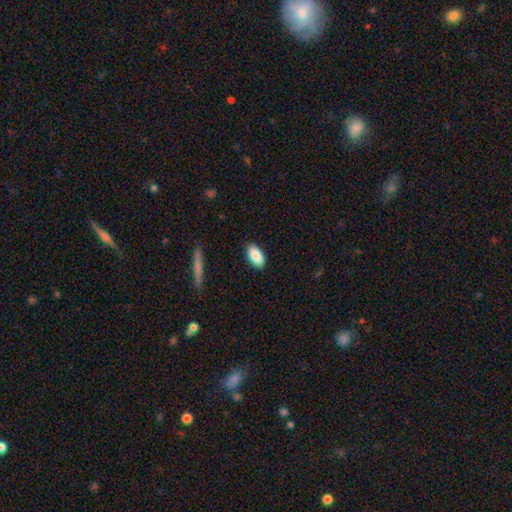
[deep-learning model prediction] This appears to be a smooth galaxy with no disk features (85%) that is in between round and cigar-shaped (93%). Merging: none (88%).